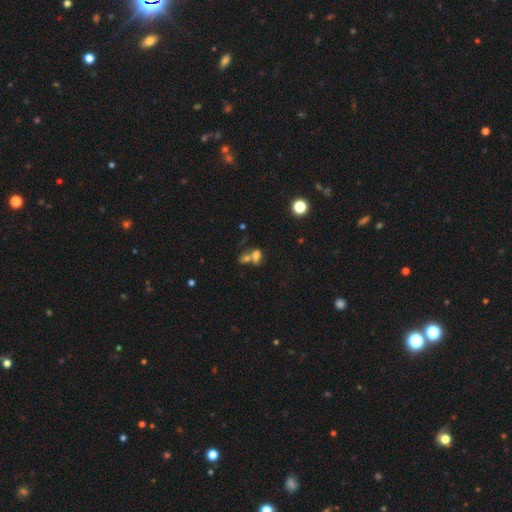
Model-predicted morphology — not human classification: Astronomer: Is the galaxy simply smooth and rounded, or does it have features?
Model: smooth — 65%.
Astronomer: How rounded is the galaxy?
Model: in between — 72%.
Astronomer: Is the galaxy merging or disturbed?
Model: merger — 58%.